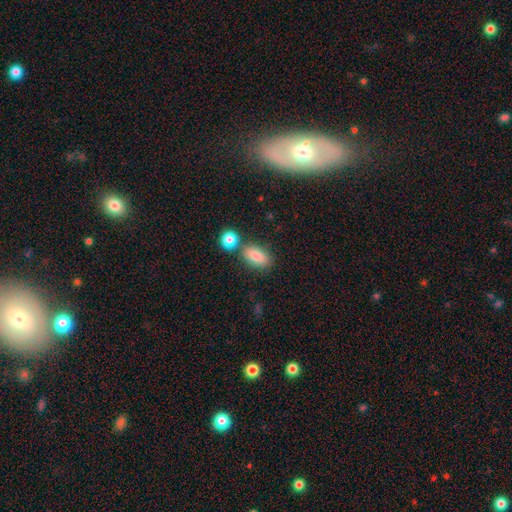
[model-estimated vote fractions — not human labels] smooth-or-featured: smooth: 83% | featured or disk: 8% | star or artifact: 8%
  how-rounded: in between: 87% | round: 7% | cigar-shaped: 6%
  merging: none: 68% | merger: 17% | minor disturbance: 12% | major disturbance: 4%